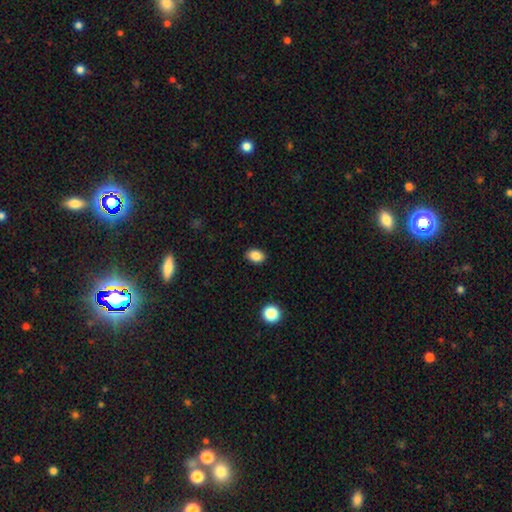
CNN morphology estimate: A smooth galaxy with no disk features (86%) that is in between round and cigar-shaped (79%).

Vote fractions:
- Smooth or featured? smooth: 86% / star or artifact: 10% / featured or disk: 4%
- How rounded? in between: 79% / round: 20% / cigar-shaped: 1%
- Merging? none: 89% / minor disturbance: 8% / major disturbance: 2% / merger: 1%